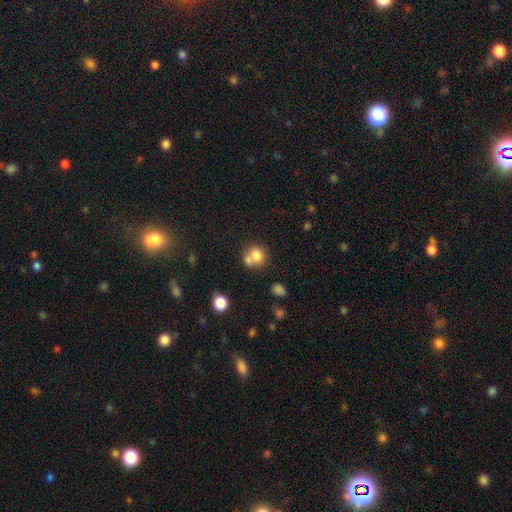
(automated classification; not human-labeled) A smooth galaxy with no disk features (77%) that is round (75%). Merging: merger (44%).